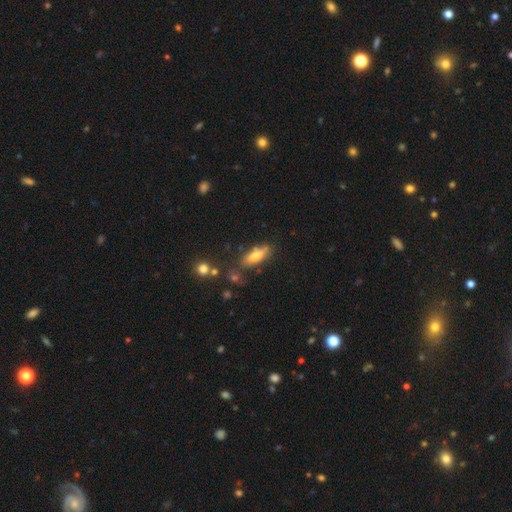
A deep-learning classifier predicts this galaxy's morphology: Smooth or featured? Predicted: smooth (p=0.64). How rounded? Predicted: in between (p=0.60). Merging? Predicted: none (p=0.68).